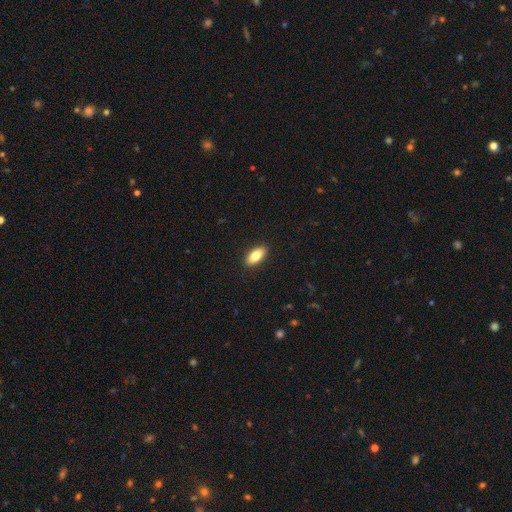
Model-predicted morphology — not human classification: A smooth galaxy with no disk features (80%) that is in between round and cigar-shaped (88%).

Vote fractions:
- Smooth or featured? smooth: 80% / featured or disk: 13% / star or artifact: 7%
- How rounded? in between: 88% / cigar-shaped: 9% / round: 3%
- Merging? none: 91% / minor disturbance: 7% / major disturbance: 2% / merger: 1%